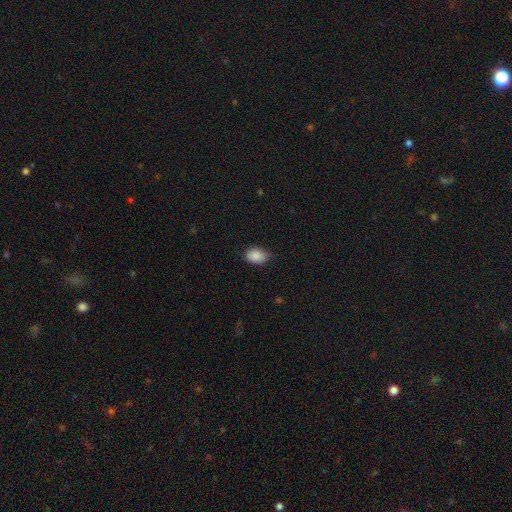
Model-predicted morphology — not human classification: Q: Smooth or featured?
A: smooth (87%); runner-up: star or artifact (8%)
Q: How rounded?
A: in between (76%); runner-up: round (23%)
Q: Merging?
A: none (70%); runner-up: minor disturbance (26%)